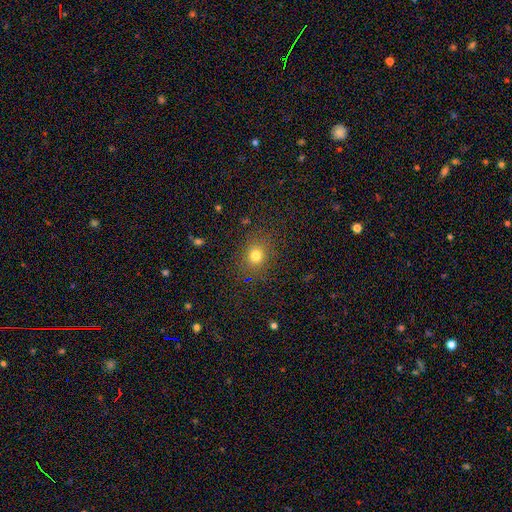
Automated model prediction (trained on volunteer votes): smooth-or-featured: smooth: 77% | star or artifact: 16% | featured or disk: 7%
  how-rounded: round: 75% | in between: 24% | cigar-shaped: 1%
  merging: none: 85% | minor disturbance: 10% | major disturbance: 4% | merger: 1%